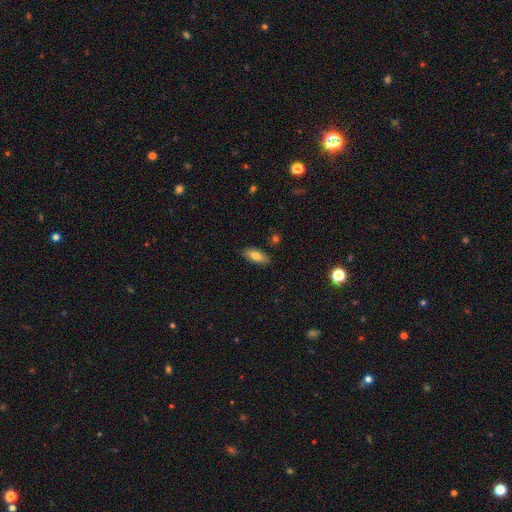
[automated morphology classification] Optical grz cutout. It shows a smooth galaxy with no disk features (76%) that is in between round and cigar-shaped (85%). Merging: none (85%).